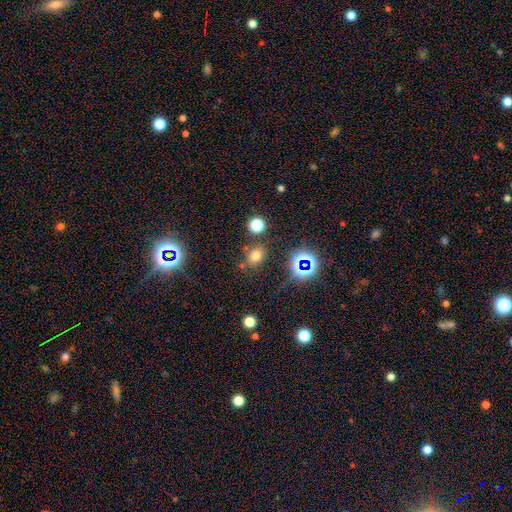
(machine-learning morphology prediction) Smooth or featured: smooth — 66% (star or artifact — 25%)
How rounded: round — 51% (in between — 47%)
Merging: none — 74% (minor disturbance — 13%)